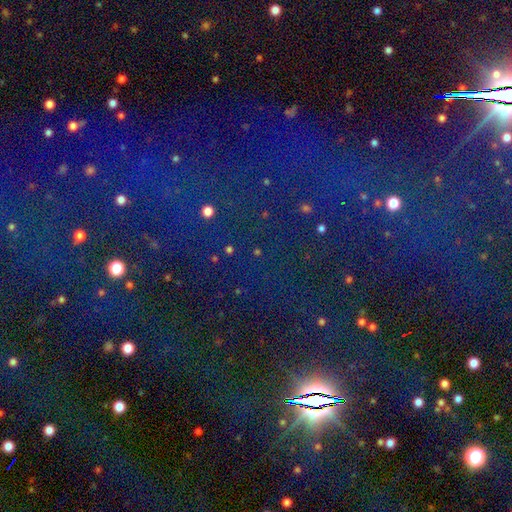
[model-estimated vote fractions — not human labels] Overall: star or artifact (81%).